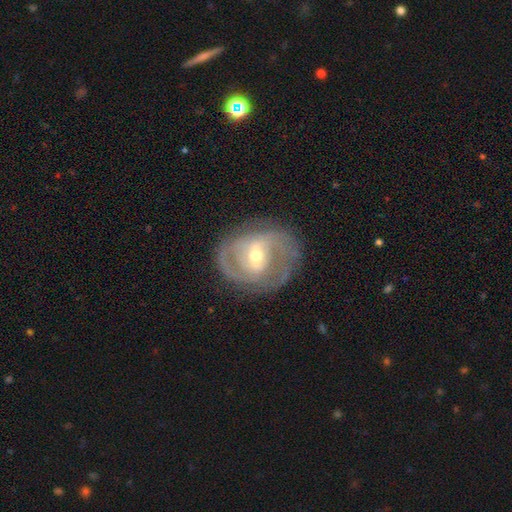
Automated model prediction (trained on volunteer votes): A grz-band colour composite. It shows a featured or disk galaxy (82%) with a weak bar (46%), 2 (67%) medium (43%) spiral arms (86%) and a moderate central bulge (57%). Merging: none (73%).